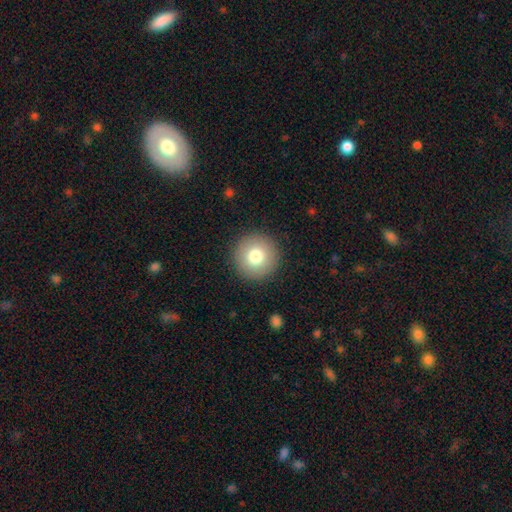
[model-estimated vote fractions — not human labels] Smooth or featured?
  - smooth: 78% *
  - featured or disk: 13%
  - star or artifact: 9%
How rounded?
  - round: 97% *
  - in between: 2%
  - cigar-shaped: 1%
Merging?
  - none: 92% *
  - minor disturbance: 5%
  - major disturbance: 2%
  - merger: 1%